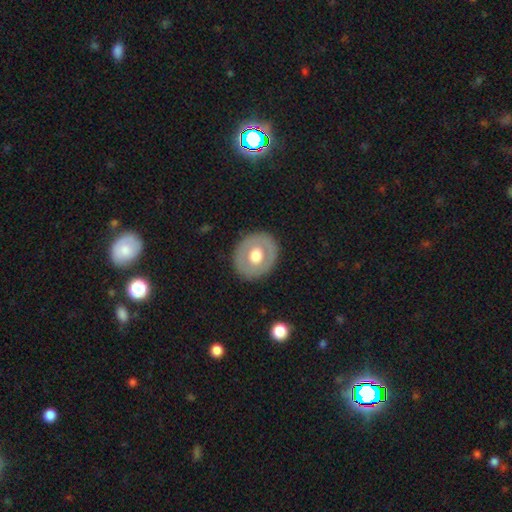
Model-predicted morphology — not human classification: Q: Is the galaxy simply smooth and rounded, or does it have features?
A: smooth — 52%.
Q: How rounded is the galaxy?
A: round — 68%.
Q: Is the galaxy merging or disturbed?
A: none — 86%.